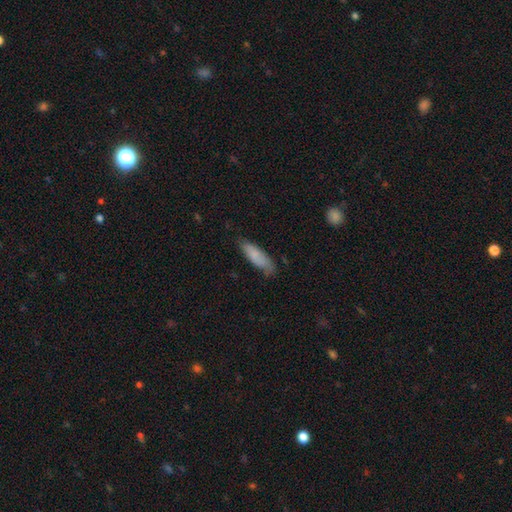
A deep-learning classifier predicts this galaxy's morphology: This appears to be a smooth galaxy with no disk features (78%) that is in between round and cigar-shaped (51%). Merging: none (69%).